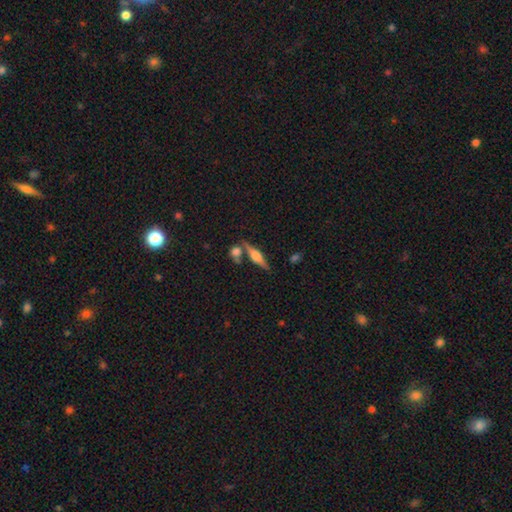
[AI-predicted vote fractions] Overall: featured or disk (65%; smooth 28%). Edge-on disk: yes (96%). Edge-on bulge: rounded (85%). Merging: none (72%).